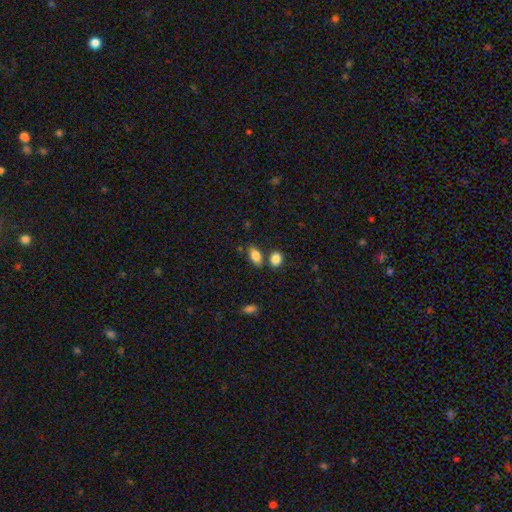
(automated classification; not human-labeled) The model was most divided on "merging": none: 70%, merger: 15%, minor disturbance: 12%, major disturbance: 3%. More confident: how rounded — in between (88%); smooth or featured — smooth (85%).